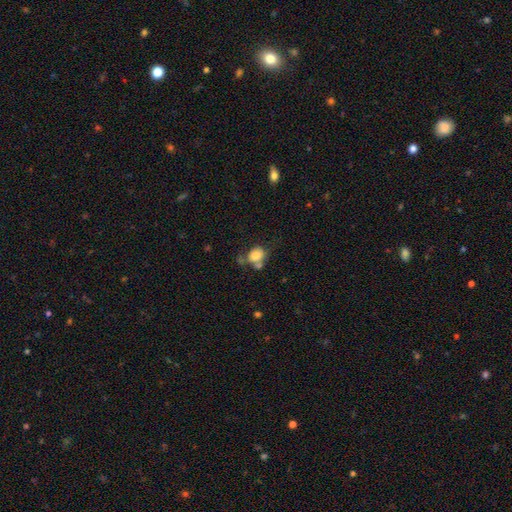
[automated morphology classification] This appears to be a smooth galaxy with no disk features (78%) that is round (57%). Merging: none (43%).